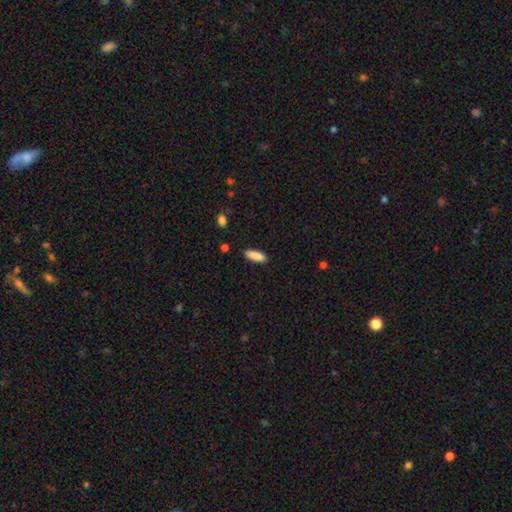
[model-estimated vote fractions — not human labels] smooth-or-featured: smooth: 89% | star or artifact: 7% | featured or disk: 4%
  how-rounded: in between: 58% | cigar-shaped: 40% | round: 2%
  merging: none: 86% | minor disturbance: 10% | major disturbance: 2% | merger: 2%